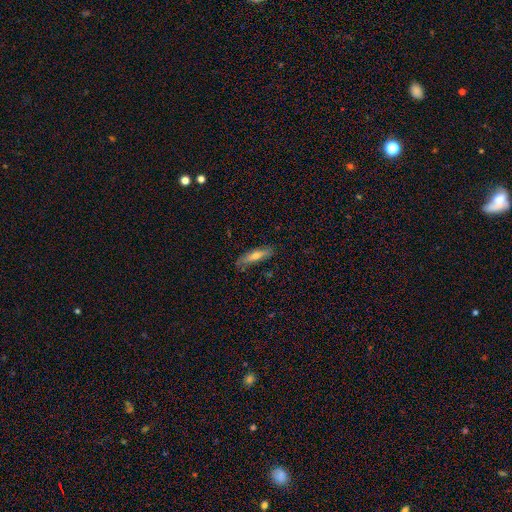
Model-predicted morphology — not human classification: A smooth galaxy with no disk features (57%) that is cigar-shaped (73%).

Vote fractions:
- Smooth or featured? smooth: 57% / featured or disk: 36% / star or artifact: 7%
- How rounded? cigar-shaped: 73% / in between: 25% / round: 2%
- Merging? none: 80% / minor disturbance: 16% / major disturbance: 3% / merger: 2%